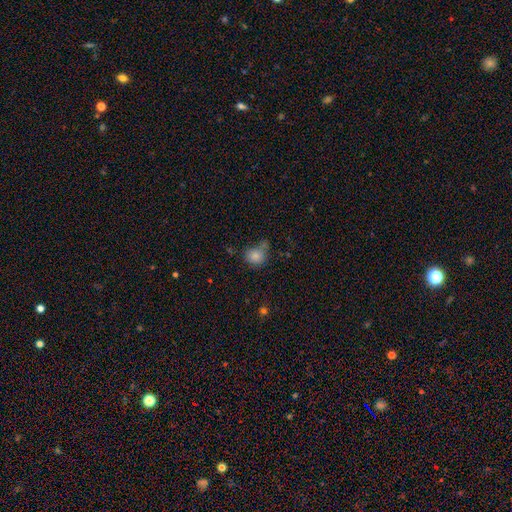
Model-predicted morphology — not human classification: Overall: smooth (82%). How rounded: round (75%). Merging: none (54%; minor disturbance 20%).